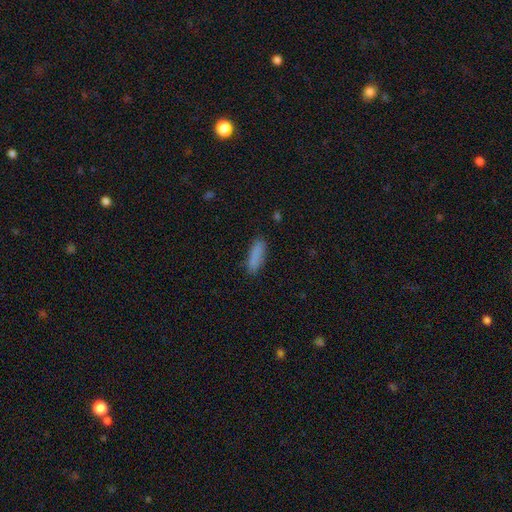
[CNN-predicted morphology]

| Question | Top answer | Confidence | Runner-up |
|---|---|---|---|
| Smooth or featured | smooth | 86% | star or artifact (8%) |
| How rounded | cigar-shaped | 59% | in between (40%) |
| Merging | none | 84% | minor disturbance (12%) |